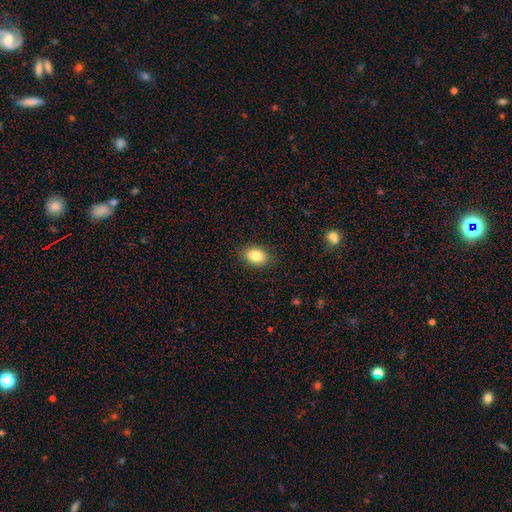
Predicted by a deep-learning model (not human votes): Smooth or featured?
  - smooth: 85% *
  - star or artifact: 8%
  - featured or disk: 7%
How rounded?
  - in between: 80% *
  - round: 19%
  - cigar-shaped: 1%
Merging?
  - none: 87% *
  - minor disturbance: 9%
  - major disturbance: 2%
  - merger: 1%